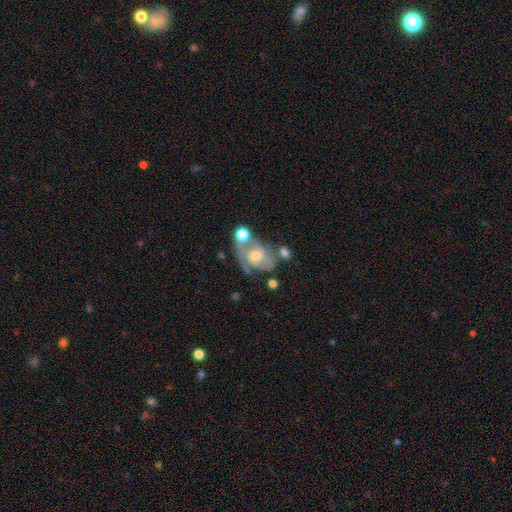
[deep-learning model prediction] Morphology: type=featured or disk (83%); edge-on=no (97%); bar=no (62%); spiral arms=yes (93%); winding=medium (46%); arm count=2 (65%); bulge=moderate (50%); merging=none (42%).